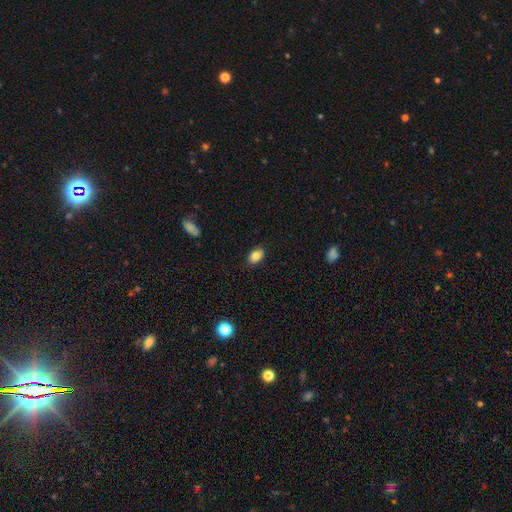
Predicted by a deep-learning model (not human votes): Smooth or featured?
  - smooth: 85% *
  - star or artifact: 8%
  - featured or disk: 7%
How rounded?
  - in between: 87% *
  - round: 12%
  - cigar-shaped: 1%
Merging?
  - none: 86% *
  - minor disturbance: 11%
  - major disturbance: 2%
  - merger: 1%